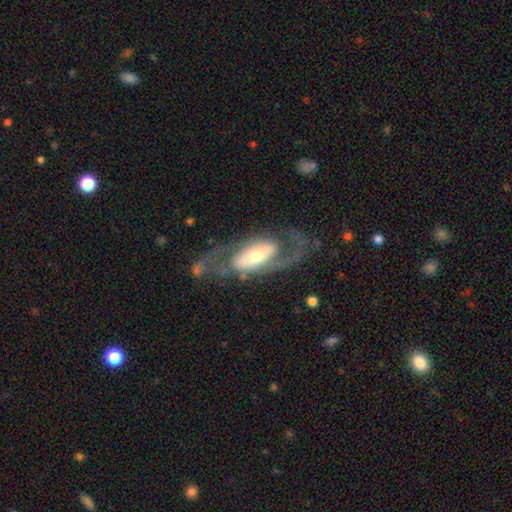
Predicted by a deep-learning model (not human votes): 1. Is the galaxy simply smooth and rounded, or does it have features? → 80% featured or disk, 15% smooth, 5% star or artifact.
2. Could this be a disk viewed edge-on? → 92% no, 8% yes.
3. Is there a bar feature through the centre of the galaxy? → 45% no, 30% weak, 25% strong.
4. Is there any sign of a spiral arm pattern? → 84% yes, 16% no.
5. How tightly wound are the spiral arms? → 46% medium, 36% loose, 18% tight.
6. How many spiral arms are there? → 84% 2, 6% can't tell, 6% 1, 1% 3, 1% 4, 1% more than 4.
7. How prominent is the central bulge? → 61% moderate, 21% small, 15% large, 2% dominant, 1% none.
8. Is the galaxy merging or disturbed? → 63% none, 18% major disturbance, 16% minor disturbance, 3% merger.